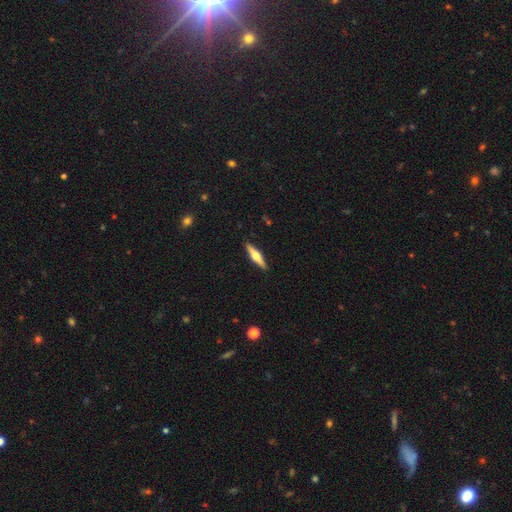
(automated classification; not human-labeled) Overall: featured or disk (64%; smooth 31%). Edge-on disk: yes (97%). Edge-on bulge: rounded (94%). Merging: none (91%).